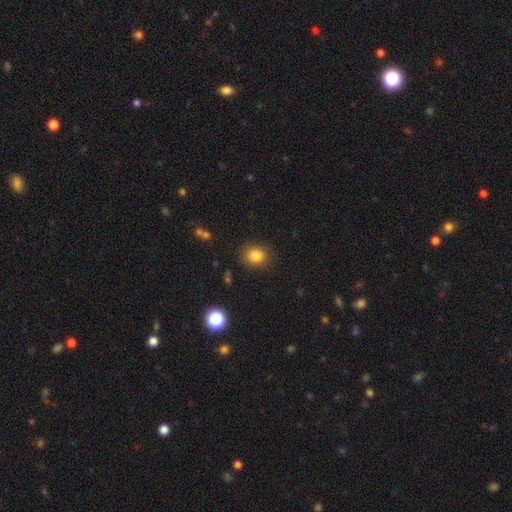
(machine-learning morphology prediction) Overall: smooth (82%). How rounded: round (65%; in between 34%). Merging: none (86%).